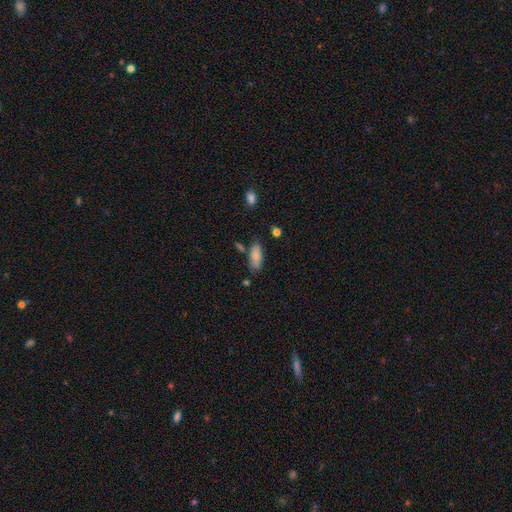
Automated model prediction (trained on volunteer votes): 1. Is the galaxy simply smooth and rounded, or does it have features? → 83% smooth, 10% featured or disk, 7% star or artifact.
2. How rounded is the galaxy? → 80% in between, 18% cigar-shaped, 2% round.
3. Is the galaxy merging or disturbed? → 73% none, 17% minor disturbance, 6% merger, 4% major disturbance.